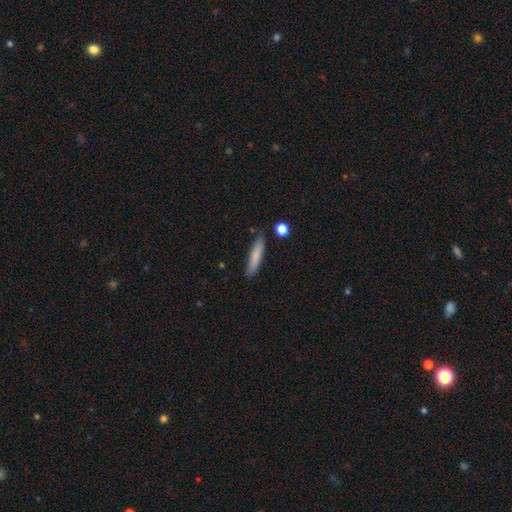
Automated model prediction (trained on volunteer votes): Overall: smooth (78%). How rounded: cigar-shaped (87%). Merging: none (82%).